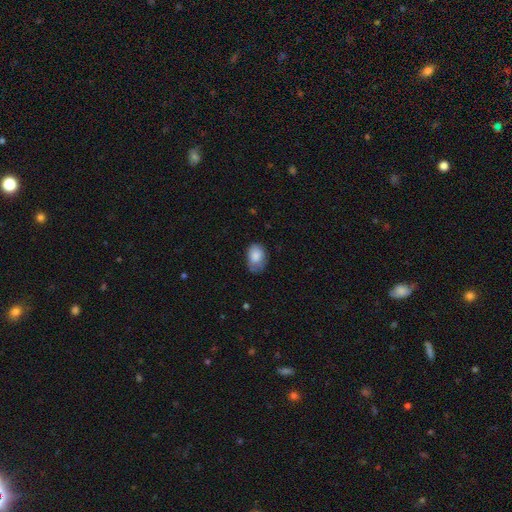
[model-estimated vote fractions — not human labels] smooth_or_featured: smooth (p=0.83) [alt: featured or disk p=0.10]
how_rounded: in between (p=0.81) [alt: round p=0.18]
merging: none (p=0.54) [alt: minor disturbance p=0.34]